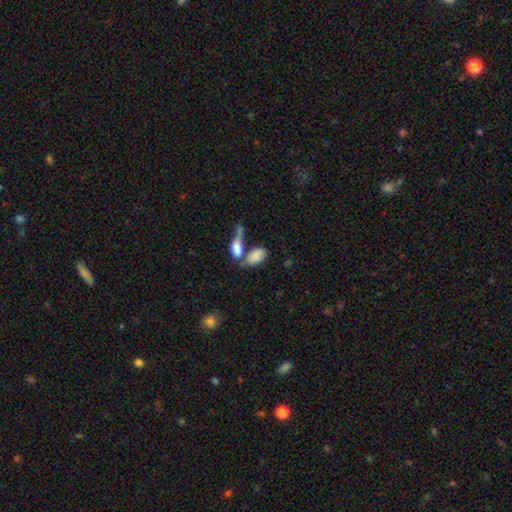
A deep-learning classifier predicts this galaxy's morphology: Smooth or featured: smooth — 80% (featured or disk — 14%)
How rounded: in between — 92% (cigar-shaped — 4%)
Merging: merger — 54% (none — 27%)